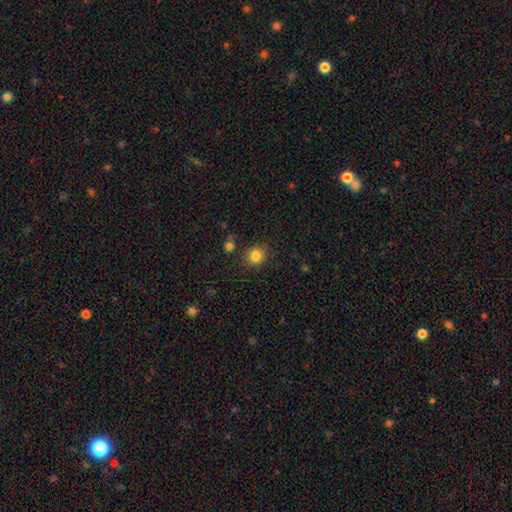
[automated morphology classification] This appears to be a smooth galaxy with no disk features (83%) that is round (80%). Merging: none (84%).